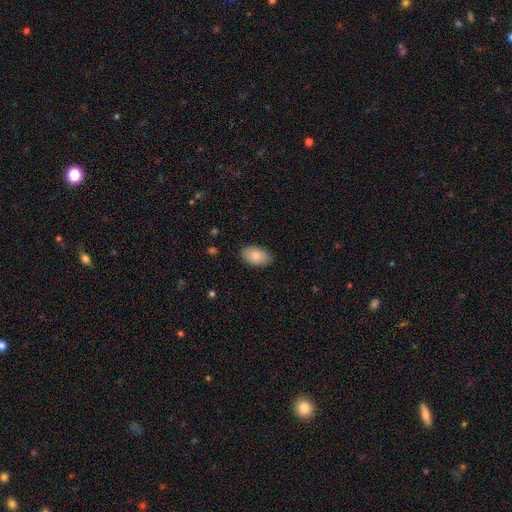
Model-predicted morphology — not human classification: This appears to be a smooth galaxy with no disk features (81%) that is in between round and cigar-shaped (92%). Merging: none (87%).